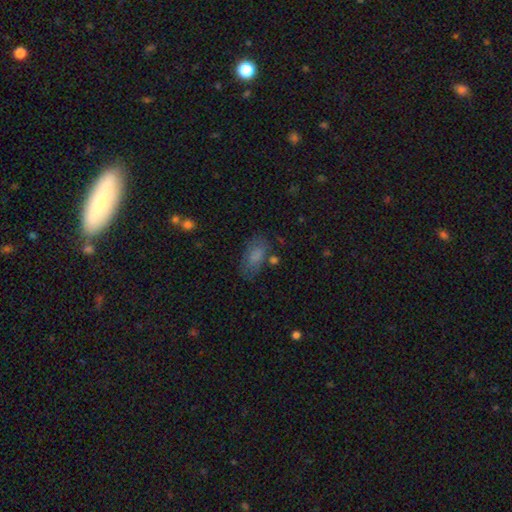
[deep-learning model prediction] Smooth or featured?
  - smooth: 76% *
  - featured or disk: 15%
  - star or artifact: 10%
How rounded?
  - in between: 90% *
  - cigar-shaped: 5%
  - round: 5%
Merging?
  - none: 63% *
  - minor disturbance: 21%
  - major disturbance: 9%
  - merger: 6%